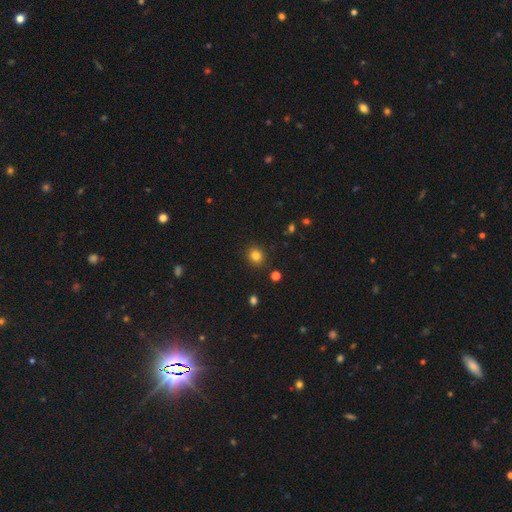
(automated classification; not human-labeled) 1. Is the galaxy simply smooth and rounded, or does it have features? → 82% smooth, 13% star or artifact, 5% featured or disk.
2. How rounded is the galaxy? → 83% round, 16% in between, 1% cigar-shaped.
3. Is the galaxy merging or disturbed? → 89% none, 7% minor disturbance, 2% major disturbance, 2% merger.